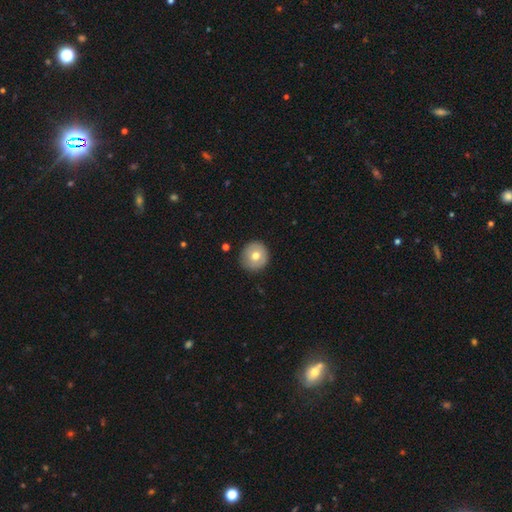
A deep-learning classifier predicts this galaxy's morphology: This is likely a smooth galaxy (69%). How rounded: clearly round (93%). Merging: clearly none (89%).